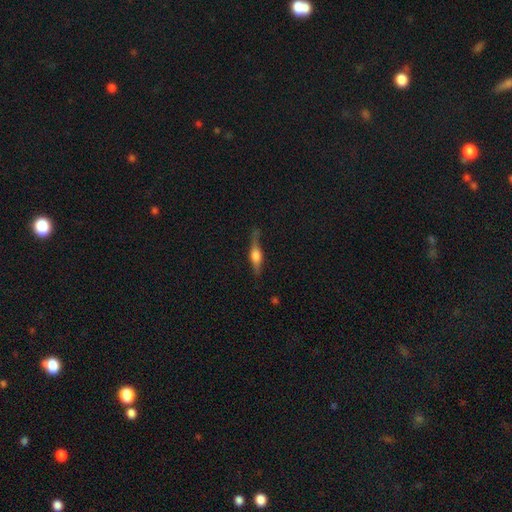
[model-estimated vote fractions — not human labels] A featured or disk galaxy (65%) viewed edge-on (95%) with a rounded central bulge (84%).

Vote fractions:
- Smooth or featured? featured or disk: 65% / smooth: 28% / star or artifact: 7%
- Edge-on disk? yes: 95% / no: 5%
- Edge-on bulge? rounded: 84% / boxy: 13% / none: 3%
- Merging? none: 76% / minor disturbance: 17% / major disturbance: 5% / merger: 2%